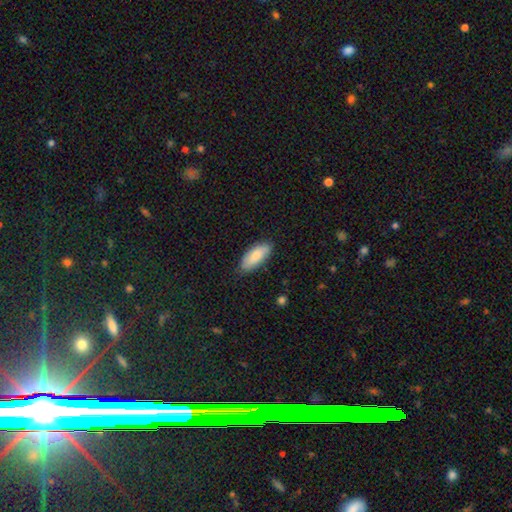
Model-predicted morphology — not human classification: Q: Smooth or featured?
A: smooth (82%); runner-up: featured or disk (13%)
Q: How rounded?
A: in between (81%); runner-up: cigar-shaped (17%)
Q: Merging?
A: none (82%); runner-up: minor disturbance (15%)